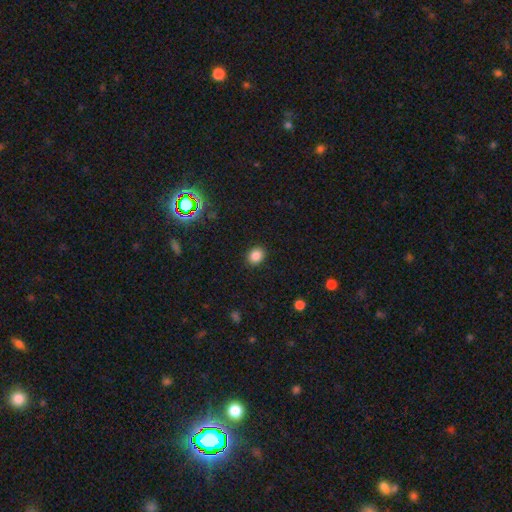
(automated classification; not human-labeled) A smooth galaxy with no disk features (85%) that is round (51%). Merging: none (89%).